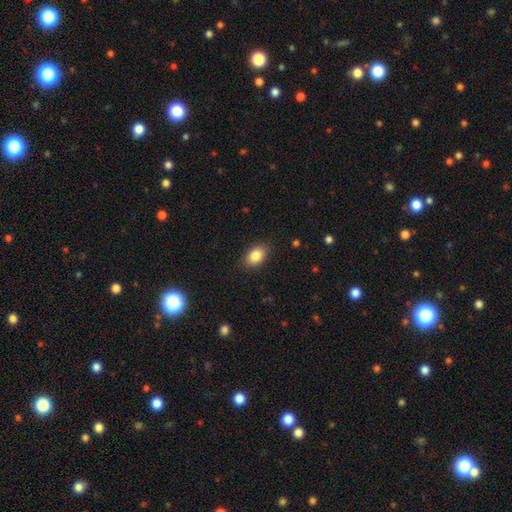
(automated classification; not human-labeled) This appears to be a smooth galaxy with no disk features (85%) that is in between round and cigar-shaped (82%). Merging: none (87%).